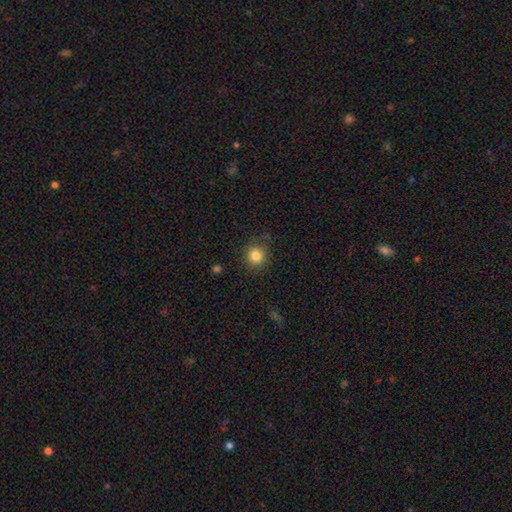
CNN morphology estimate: smooth 83%, star or artifact 11%, featured or disk 6%. Down the decision tree: how rounded — round (91%); merging — none (86%).